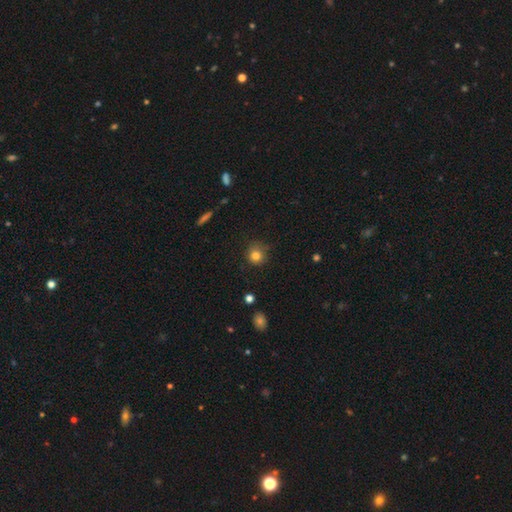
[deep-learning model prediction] The model was most divided on "merging": none: 76%, minor disturbance: 18%, major disturbance: 4%, merger: 2%. More confident: how rounded — round (89%); smooth or featured — smooth (81%).